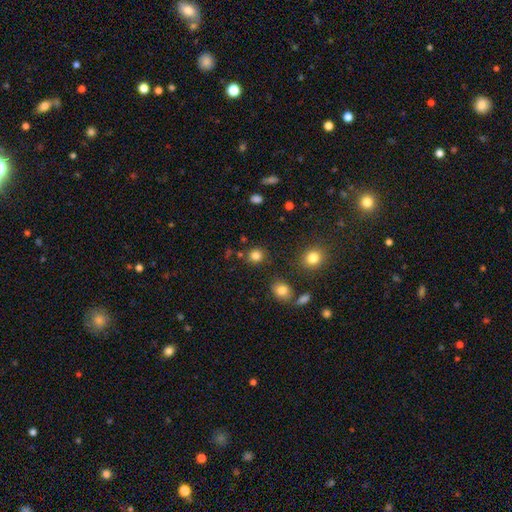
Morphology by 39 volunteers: This appears to be a smooth galaxy with no disk features (79%) that is round (81%). Merging: none (86%).